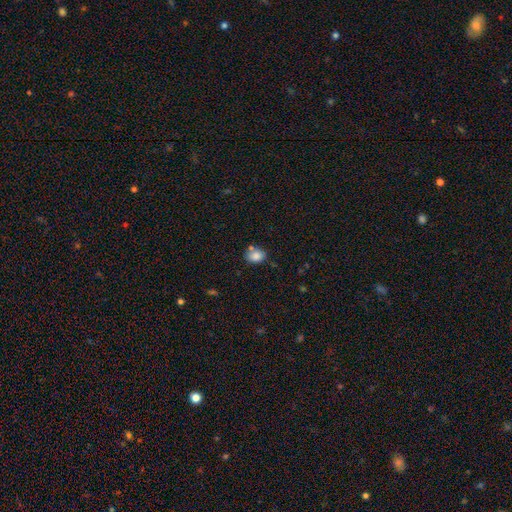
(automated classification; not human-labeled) A smooth galaxy with no disk features (83%) that is in between round and cigar-shaped (58%).

Vote fractions:
- Smooth or featured? smooth: 83% / star or artifact: 10% / featured or disk: 8%
- How rounded? in between: 58% / round: 41% / cigar-shaped: 1%
- Merging? none: 60% / minor disturbance: 20% / merger: 15% / major disturbance: 5%